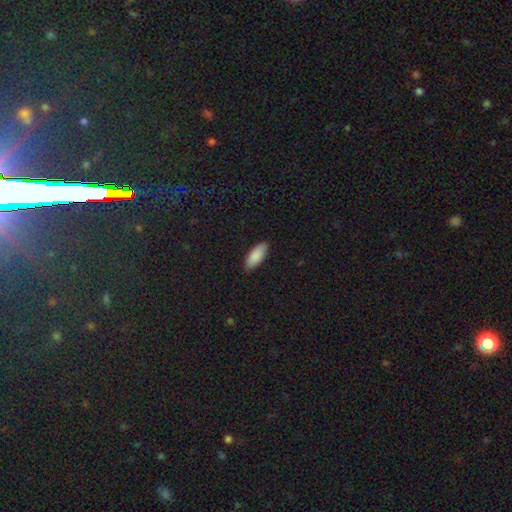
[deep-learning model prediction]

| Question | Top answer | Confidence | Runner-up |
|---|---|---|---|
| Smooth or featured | smooth | 89% | star or artifact (6%) |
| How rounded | in between | 80% | cigar-shaped (18%) |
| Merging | none | 87% | minor disturbance (10%) |